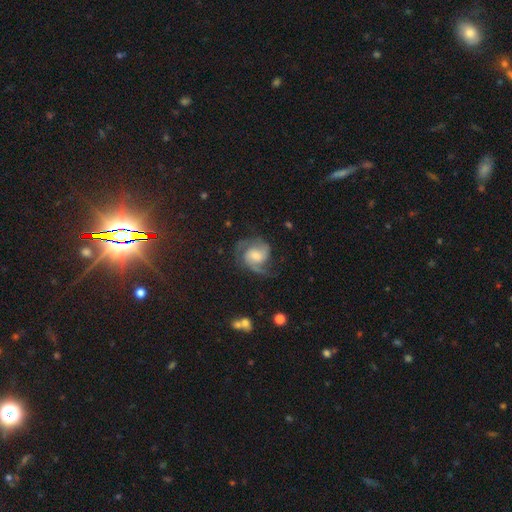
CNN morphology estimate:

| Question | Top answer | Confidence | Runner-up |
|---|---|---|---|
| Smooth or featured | featured or disk | 81% | smooth (12%) |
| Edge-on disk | no | 98% | yes (2%) |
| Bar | no | 54% | weak (38%) |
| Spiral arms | yes | 96% | no (4%) |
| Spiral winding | medium | 51% | tight (29%) |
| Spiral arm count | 2 | 72% | 3 (12%) |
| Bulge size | moderate | 43% | small (26%) |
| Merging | none | 63% | minor disturbance (20%) |